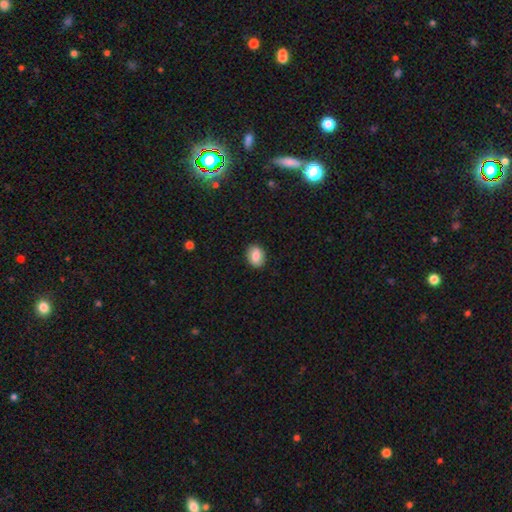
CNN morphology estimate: A smooth galaxy with no disk features (82%) that is in between round and cigar-shaped (59%). Merging: none (89%).